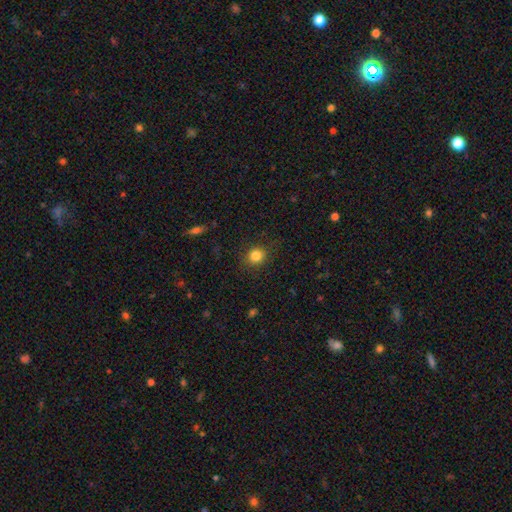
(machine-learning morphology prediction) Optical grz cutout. It shows a smooth galaxy with no disk features (83%) that is round (83%). Merging: none (87%).